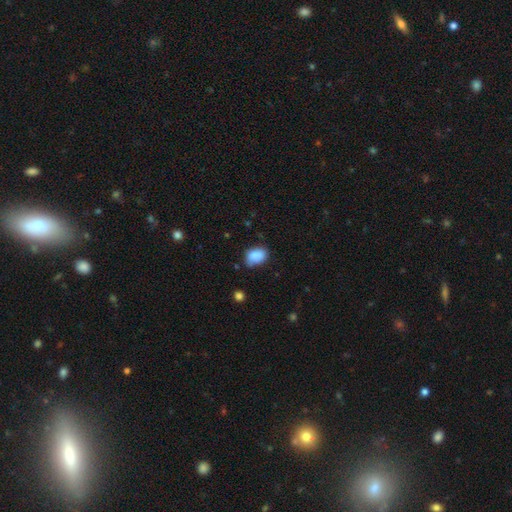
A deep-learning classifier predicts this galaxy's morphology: smooth-or-featured: smooth: 85% | star or artifact: 8% | featured or disk: 6%
  how-rounded: in between: 78% | round: 21% | cigar-shaped: 1%
  merging: none: 63% | minor disturbance: 28% | major disturbance: 5% | merger: 3%